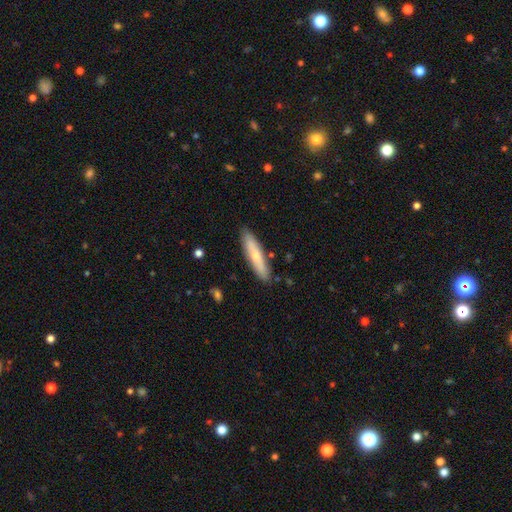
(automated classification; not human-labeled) smooth 61%, featured or disk 33%, star or artifact 6%. Down the decision tree: how rounded — cigar-shaped (83%); merging — none (87%).